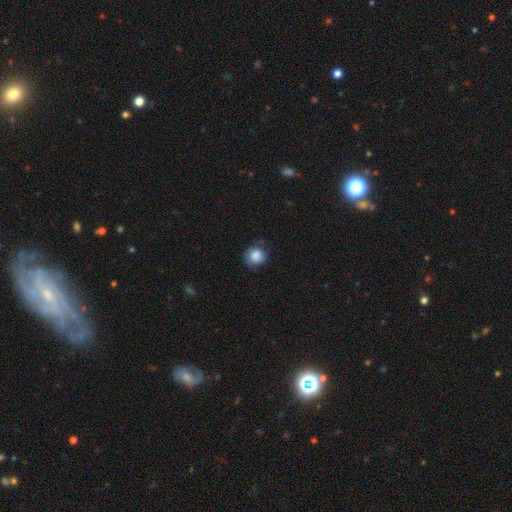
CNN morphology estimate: Smooth or featured? Predicted: smooth (p=0.84). How rounded? Predicted: round (p=0.87). Merging? Predicted: none (p=0.71).